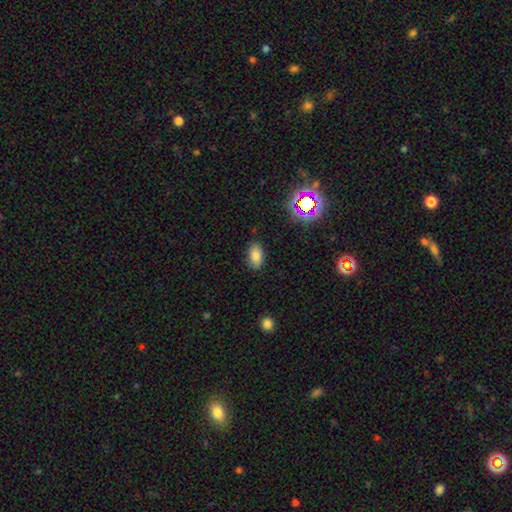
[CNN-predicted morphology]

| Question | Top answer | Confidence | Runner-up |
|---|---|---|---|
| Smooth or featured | smooth | 82% | star or artifact (12%) |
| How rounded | in between | 91% | round (6%) |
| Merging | none | 86% | minor disturbance (10%) |